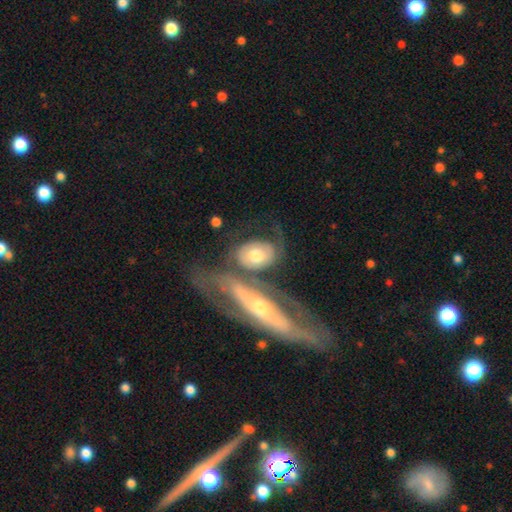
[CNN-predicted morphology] Smooth or featured? Predicted: featured or disk (p=0.53). Edge-on disk? Predicted: no (p=0.88). Merging? Predicted: merger (p=0.41).